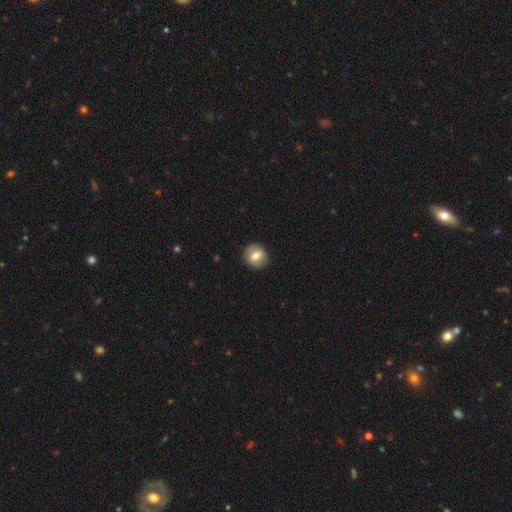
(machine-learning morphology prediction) smooth 72%, featured or disk 20%, star or artifact 8%. Down the decision tree: how rounded — round (85%); merging — none (90%).